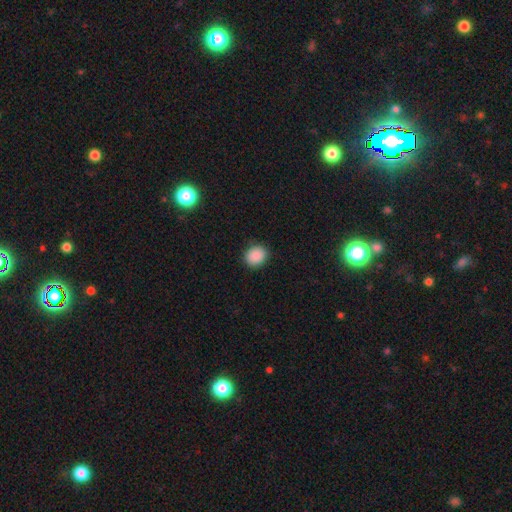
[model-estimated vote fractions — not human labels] Morphology: type=smooth (89%); roundness=round (64%); merging=none (89%).